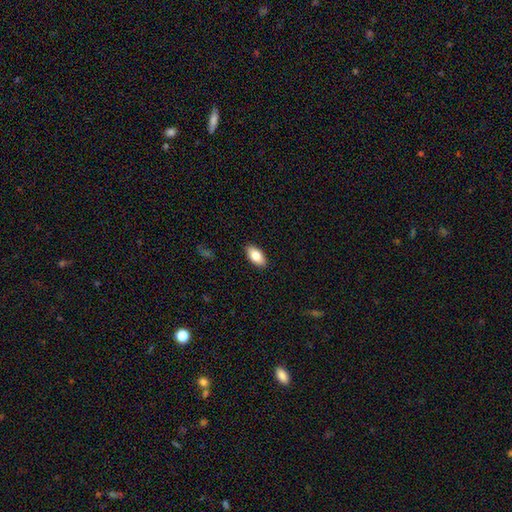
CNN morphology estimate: smooth 80%, featured or disk 13%, star or artifact 7%. Down the decision tree: how rounded — in between (91%); merging — none (90%).